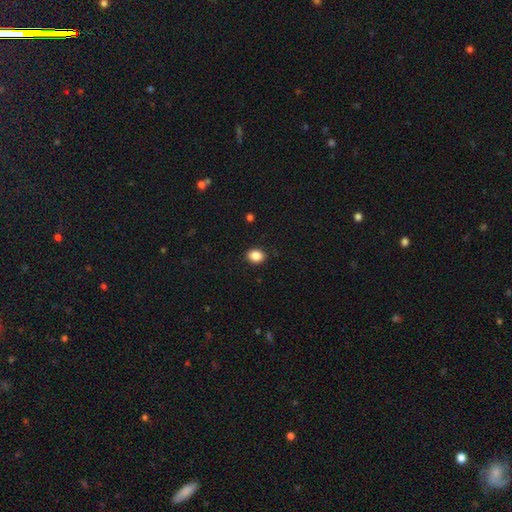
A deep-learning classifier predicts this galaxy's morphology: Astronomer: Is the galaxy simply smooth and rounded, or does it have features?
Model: smooth — 88%.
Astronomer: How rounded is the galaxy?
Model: in between — 62%.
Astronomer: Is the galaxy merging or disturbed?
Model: none — 90%.